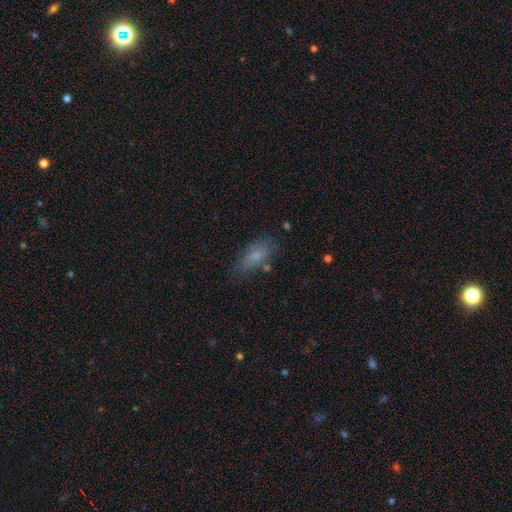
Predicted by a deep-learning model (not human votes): smooth 72%, featured or disk 17%, star or artifact 11%. Down the decision tree: how rounded — in between (75%); merging — none (64%).